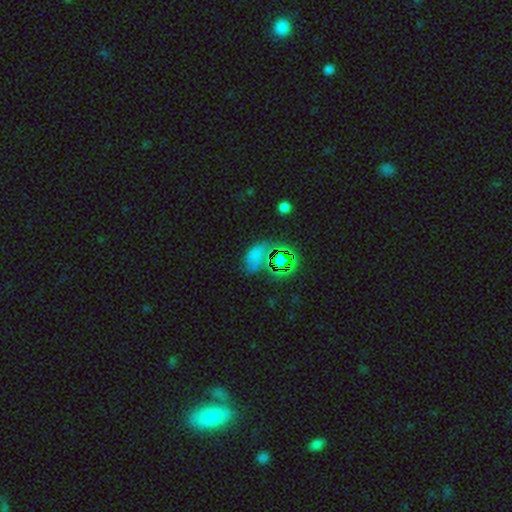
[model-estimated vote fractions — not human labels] Morphology: type=smooth (46%); merging=none (55%).